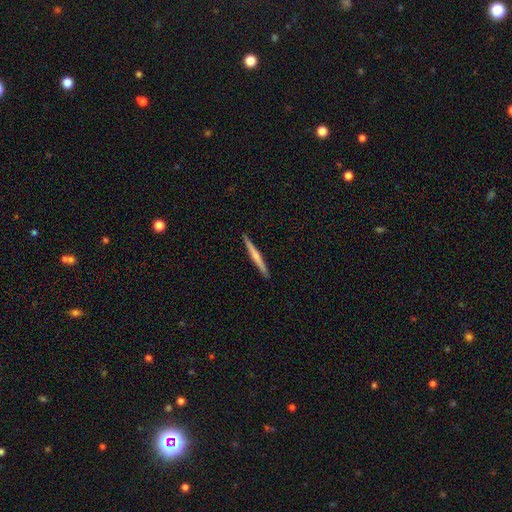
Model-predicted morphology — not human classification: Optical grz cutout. It shows a featured or disk galaxy (48%). Merging: none (92%).